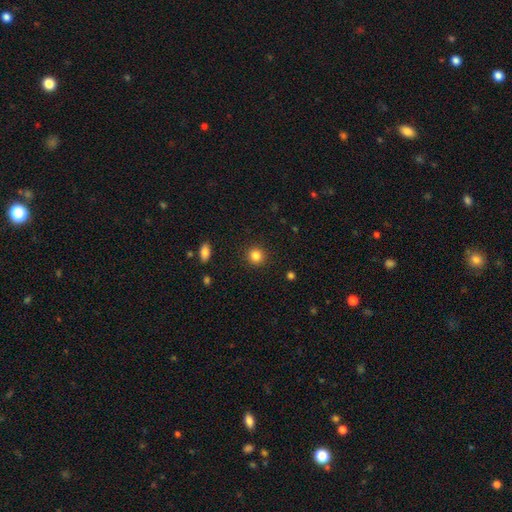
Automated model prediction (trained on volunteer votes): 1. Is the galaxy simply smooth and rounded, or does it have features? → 85% smooth, 11% star or artifact, 4% featured or disk.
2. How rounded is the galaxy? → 90% round, 9% in between, 1% cigar-shaped.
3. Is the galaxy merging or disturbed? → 91% none, 6% minor disturbance, 2% major disturbance, 1% merger.